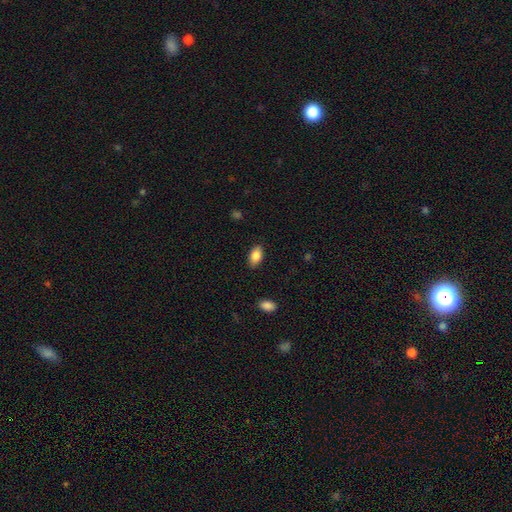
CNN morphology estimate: Smooth or featured? Predicted: smooth (p=0.86). How rounded? Predicted: in between (p=0.91). Merging? Predicted: none (p=0.86).